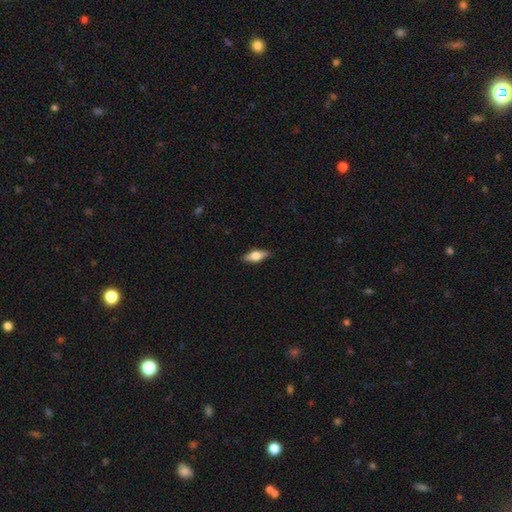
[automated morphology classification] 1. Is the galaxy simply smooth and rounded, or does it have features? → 52% smooth, 42% featured or disk, 6% star or artifact.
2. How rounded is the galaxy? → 62% in between, 35% cigar-shaped, 4% round.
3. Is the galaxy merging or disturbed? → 88% none, 9% minor disturbance, 2% major disturbance, 1% merger.